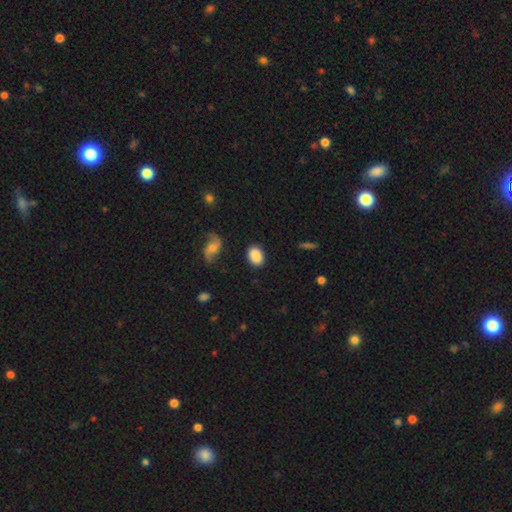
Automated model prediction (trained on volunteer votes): Overall: smooth (84%). How rounded: in between (76%). Merging: none (83%).